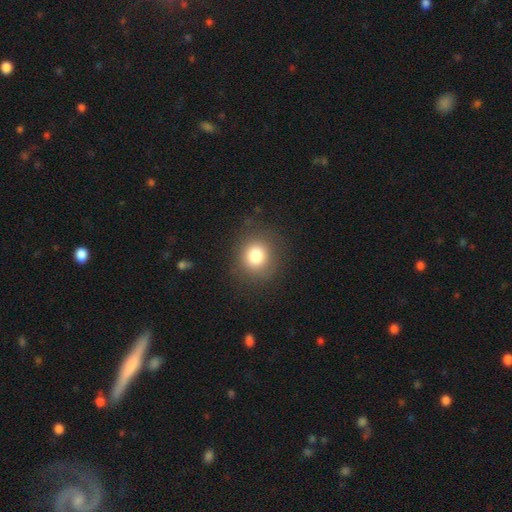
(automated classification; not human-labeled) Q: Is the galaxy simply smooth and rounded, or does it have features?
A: smooth — 81%.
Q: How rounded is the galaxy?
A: round — 84%.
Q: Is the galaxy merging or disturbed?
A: none — 84%.